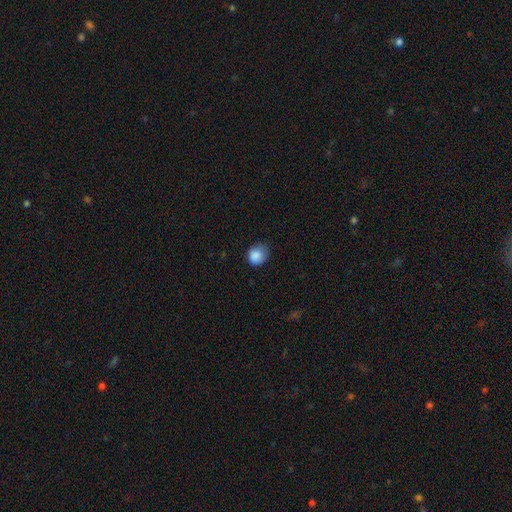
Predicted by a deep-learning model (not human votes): Smooth or featured? Predicted: smooth (p=0.87). How rounded? Predicted: round (p=0.75). Merging? Predicted: none (p=0.60).